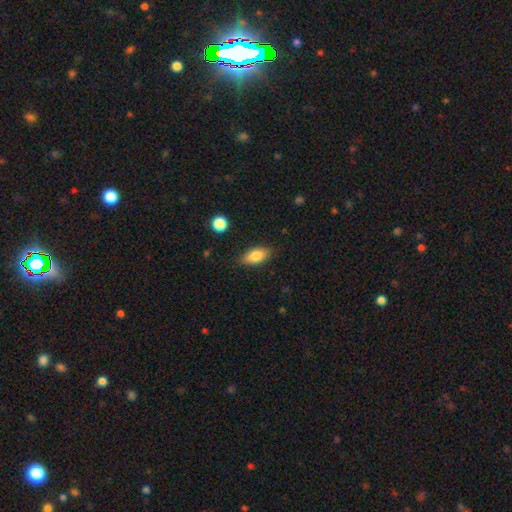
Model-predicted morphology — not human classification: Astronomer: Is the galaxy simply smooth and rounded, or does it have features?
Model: smooth — 81%.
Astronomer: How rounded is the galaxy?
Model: in between — 88%.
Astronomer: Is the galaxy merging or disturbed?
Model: none — 81%.